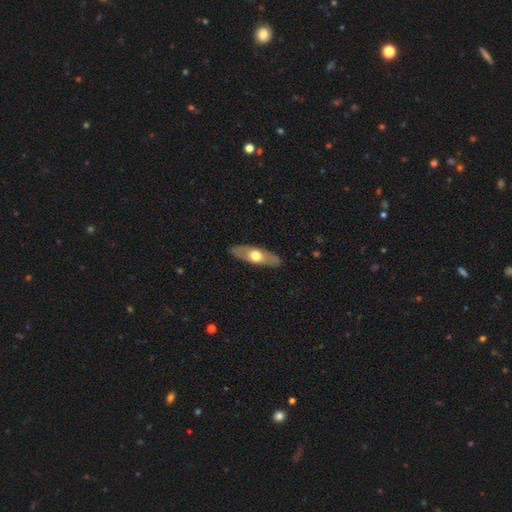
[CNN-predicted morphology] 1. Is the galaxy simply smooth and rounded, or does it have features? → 48% smooth (tied), 48% featured or disk (tied), 5% star or artifact.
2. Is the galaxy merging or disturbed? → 88% none, 9% minor disturbance, 2% major disturbance, 1% merger.